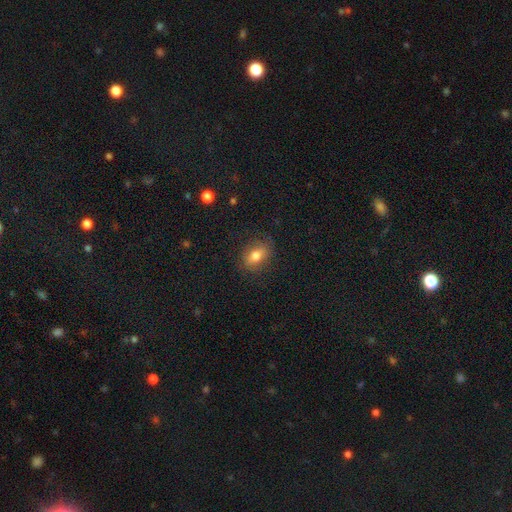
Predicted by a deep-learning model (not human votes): Morphology: type=smooth (74%); roundness=in between (79%); merging=none (77%).